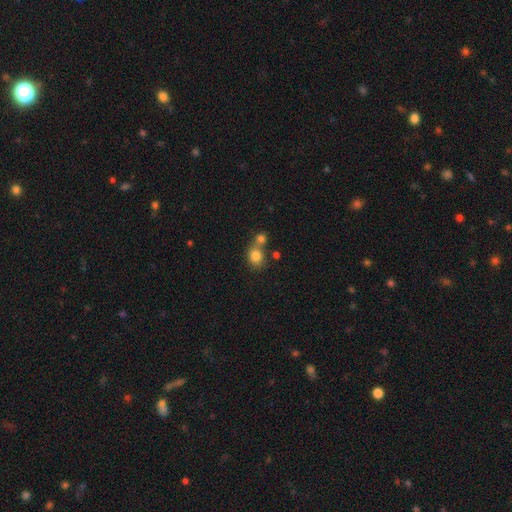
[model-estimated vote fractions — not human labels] Morphology: type=smooth (81%); roundness=round (69%); merging=none (46%).